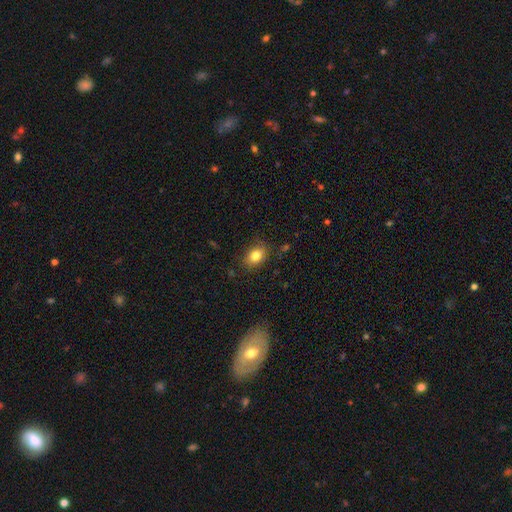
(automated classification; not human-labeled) Smooth or featured: smooth — 82% (star or artifact — 10%)
How rounded: in between — 68% (round — 31%)
Merging: none — 83% (minor disturbance — 12%)